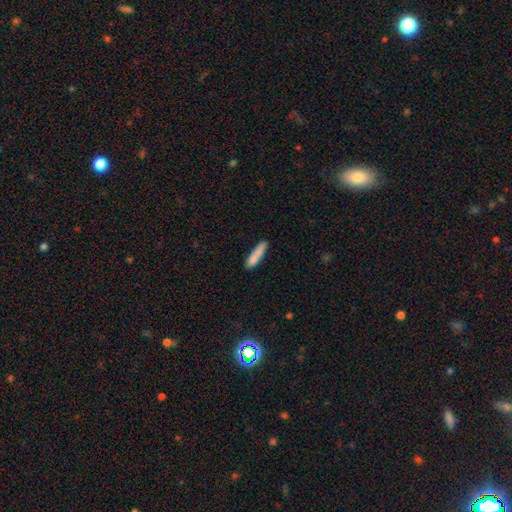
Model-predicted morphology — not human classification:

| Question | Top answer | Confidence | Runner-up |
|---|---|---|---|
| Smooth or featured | smooth | 82% | featured or disk (11%) |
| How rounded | cigar-shaped | 82% | in between (16%) |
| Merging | none | 73% | minor disturbance (18%) |